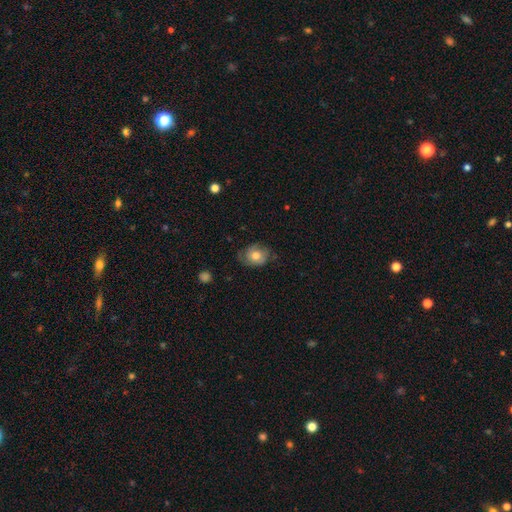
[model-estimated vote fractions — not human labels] Smooth or featured? smooth (68%)
How rounded? in between (51%)
Merging? none (64%)